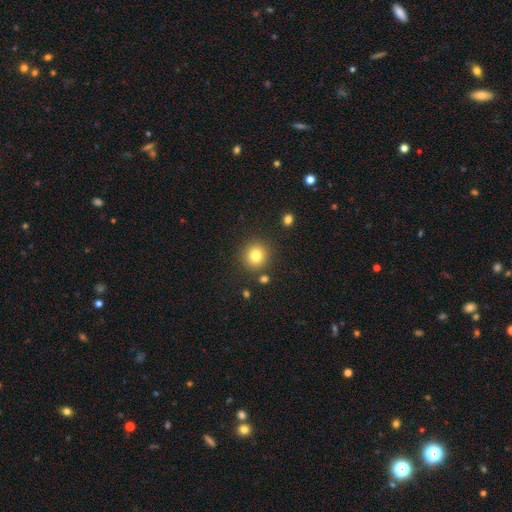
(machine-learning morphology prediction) smooth_or_featured: smooth (p=0.82) [alt: star or artifact p=0.11]
how_rounded: round (p=0.90) [alt: in between p=0.09]
merging: none (p=0.86) [alt: minor disturbance p=0.07]